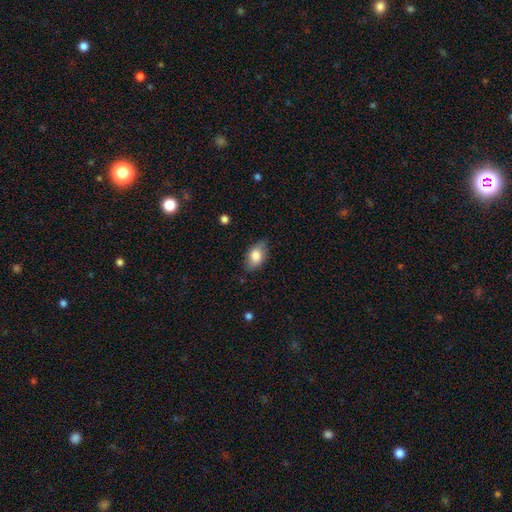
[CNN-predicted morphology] This appears to be a smooth galaxy with no disk features (77%) that is in between round and cigar-shaped (90%). Merging: none (76%).